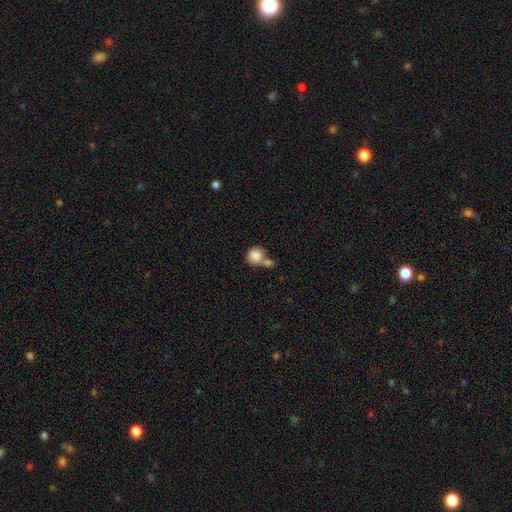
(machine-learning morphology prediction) This is clearly a smooth galaxy (85%). How rounded: clearly round (84%). Merging: possibly merger (47%).